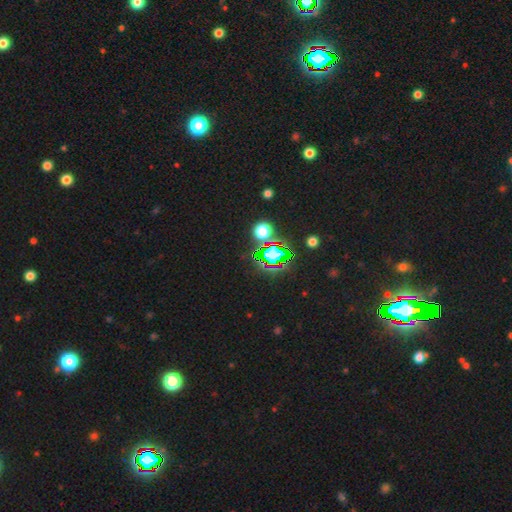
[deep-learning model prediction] A star or artifact, not a galaxy (81%).